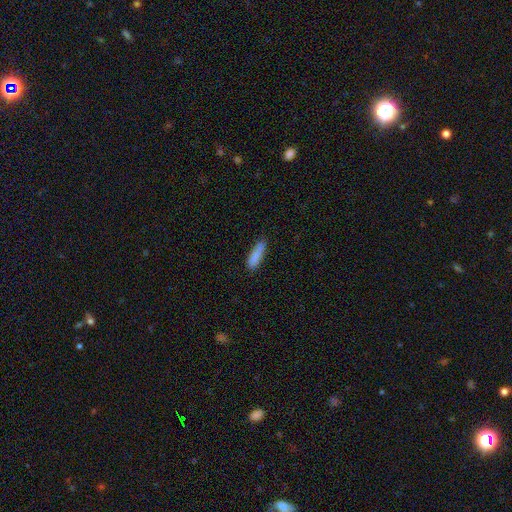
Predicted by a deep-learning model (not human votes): Morphology: type=smooth (86%); roundness=cigar-shaped (69%); merging=none (78%).